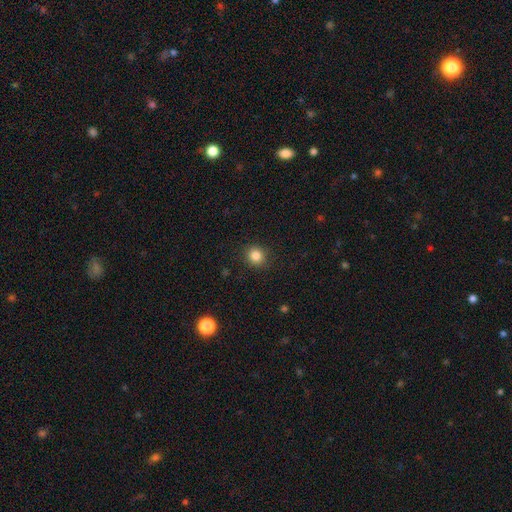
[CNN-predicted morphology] Smooth or featured? Predicted: smooth (p=0.84). How rounded? Predicted: round (p=0.89). Merging? Predicted: none (p=0.90).